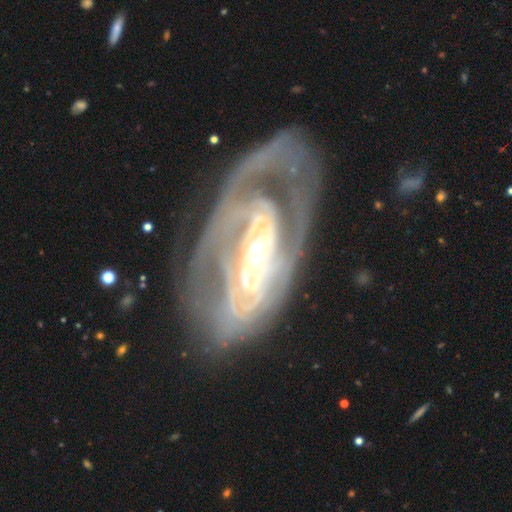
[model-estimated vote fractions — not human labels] Smooth or featured?
  - featured or disk: 86% *
  - smooth: 8%
  - star or artifact: 6%
Edge-on disk?
  - no: 93% *
  - yes: 7%
Bar?
  - strong: 39% *
  - weak: 34%
  - no: 27%
Spiral arms?
  - yes: 88% *
  - no: 12%
Spiral winding?
  - tight: 61% *
  - medium: 29%
  - loose: 9%
Spiral arm count?
  - can't tell: 38% *
  - 2: 32%
  - 3: 12%
  - 1: 7%
  - 4: 6%
  - more than 4: 5%
Bulge size?
  - small: 61% *
  - moderate: 31%
  - large: 4%
  - none: 3%
  - dominant: 1%
Merging?
  - none: 51% *
  - major disturbance: 26%
  - minor disturbance: 20%
  - merger: 3%